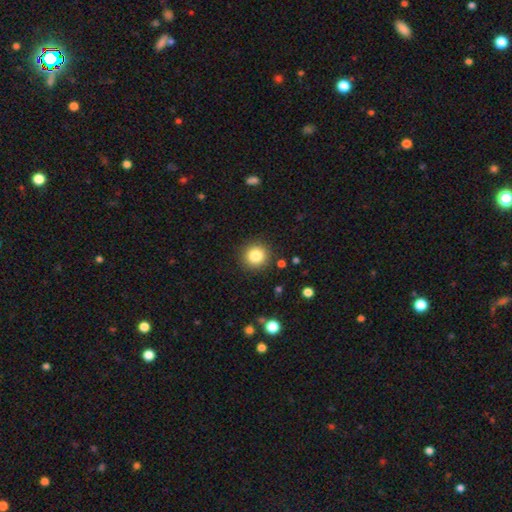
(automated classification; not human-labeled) Smooth or featured: smooth — 83% (star or artifact — 11%)
How rounded: round — 93% (in between — 6%)
Merging: none — 90% (minor disturbance — 6%)